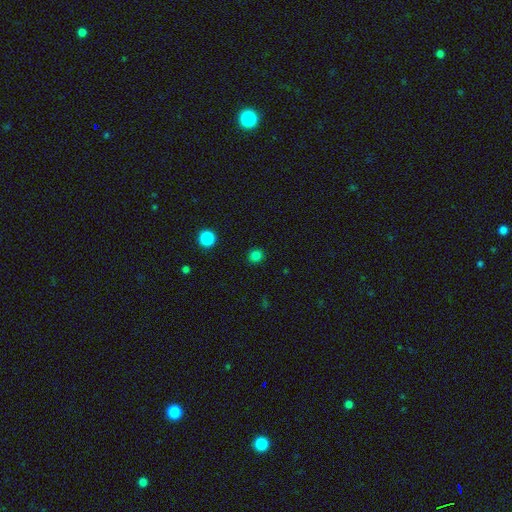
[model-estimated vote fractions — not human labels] Q: Smooth or featured?
A: smooth (81%); runner-up: star or artifact (16%)
Q: How rounded?
A: round (90%); runner-up: in between (9%)
Q: Merging?
A: none (91%); runner-up: minor disturbance (6%)